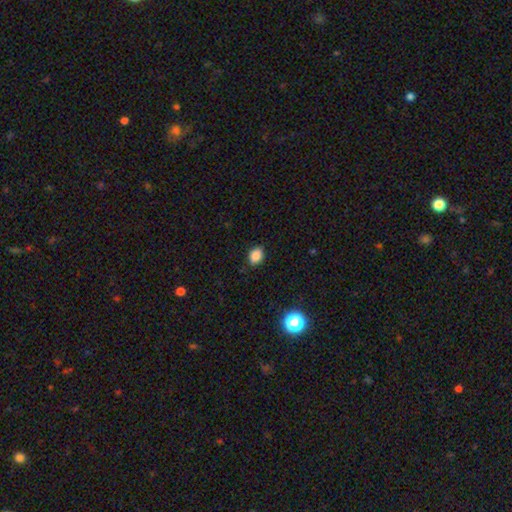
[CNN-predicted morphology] Smooth or featured: smooth — 85% (star or artifact — 10%)
How rounded: in between — 72% (round — 27%)
Merging: none — 86% (minor disturbance — 11%)